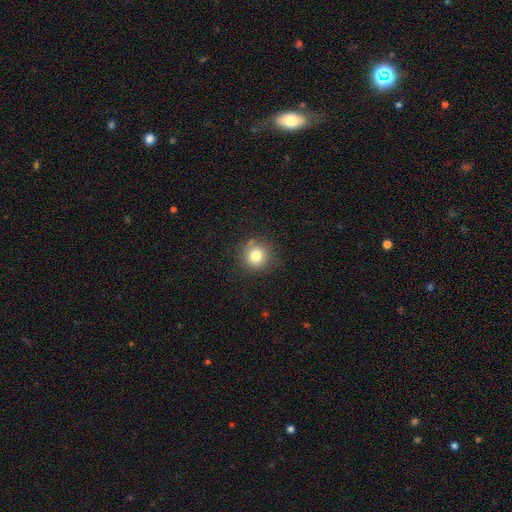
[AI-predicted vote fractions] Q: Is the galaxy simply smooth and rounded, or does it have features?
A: smooth — 79%.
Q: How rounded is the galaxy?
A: round — 92%.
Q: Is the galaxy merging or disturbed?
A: none — 84%.